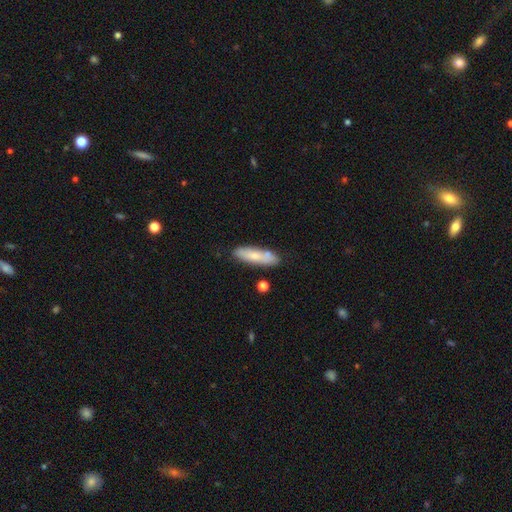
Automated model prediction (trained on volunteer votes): A smooth galaxy with no disk features (69%) that is cigar-shaped (64%).

Vote fractions:
- Smooth or featured? smooth: 69% / featured or disk: 25% / star or artifact: 6%
- How rounded? cigar-shaped: 64% / in between: 34% / round: 2%
- Merging? none: 73% / minor disturbance: 15% / merger: 9% / major disturbance: 3%